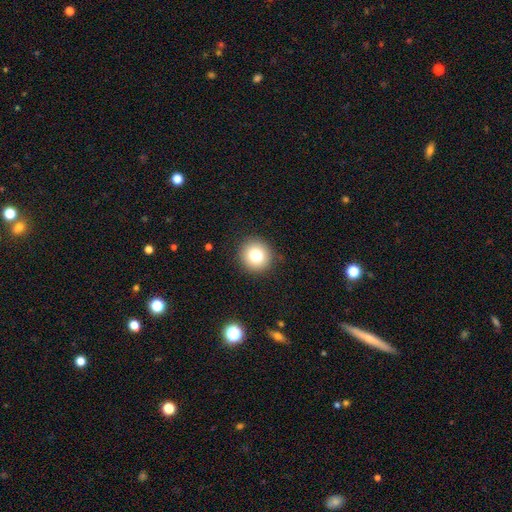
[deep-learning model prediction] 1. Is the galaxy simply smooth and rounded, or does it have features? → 80% smooth, 11% star or artifact, 9% featured or disk.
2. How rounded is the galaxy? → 90% round, 9% in between, 1% cigar-shaped.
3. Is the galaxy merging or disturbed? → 90% none, 7% minor disturbance, 2% major disturbance, 1% merger.